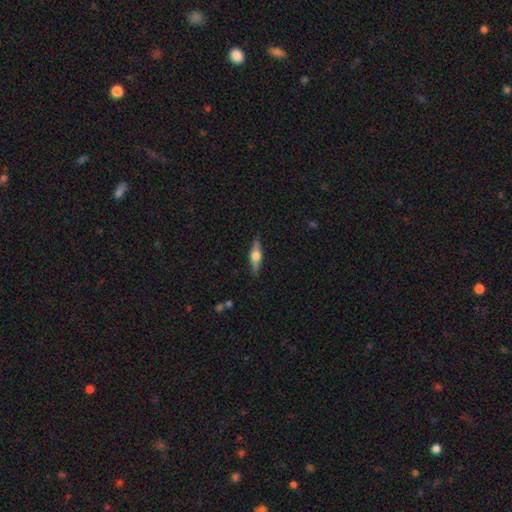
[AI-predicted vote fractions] A featured or disk galaxy (62%) viewed edge-on (95%) with a rounded central bulge (92%). Merging: none (87%).